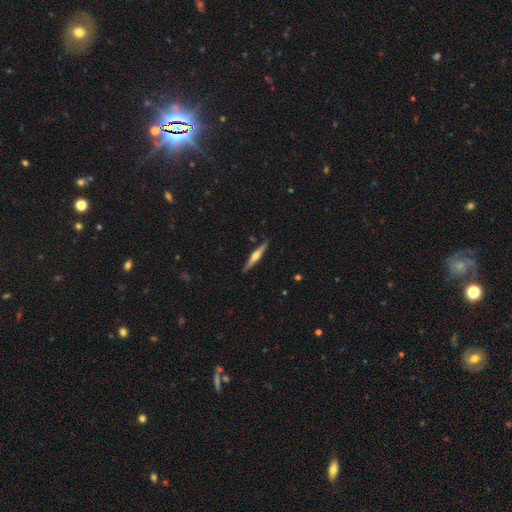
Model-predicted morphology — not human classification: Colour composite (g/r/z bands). It shows a featured or disk galaxy (70%) viewed edge-on (98%) with a rounded central bulge (89%). Merging: none (90%).